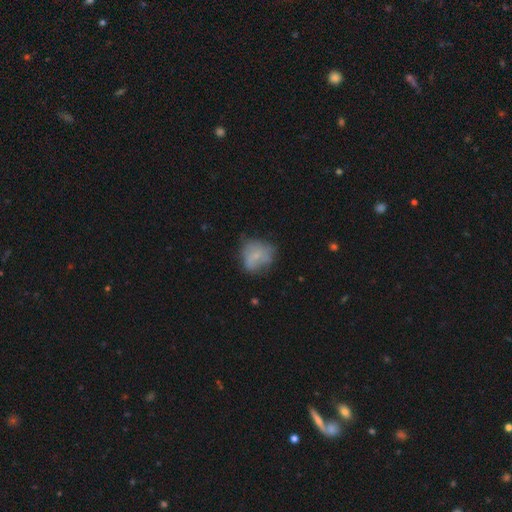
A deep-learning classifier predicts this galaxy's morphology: smooth_or_featured: smooth (p=0.59) [alt: featured or disk p=0.31]
how_rounded: round (p=0.64) [alt: in between p=0.35]
merging: none (p=0.48) [alt: minor disturbance p=0.30]